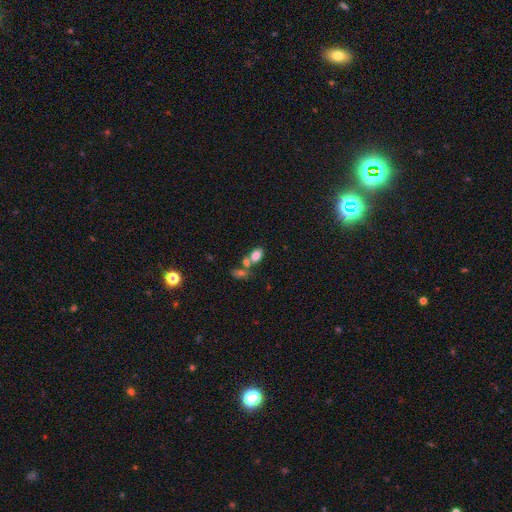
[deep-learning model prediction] Smooth or featured? smooth (80%)
How rounded? in between (87%)
Merging? none (42%)